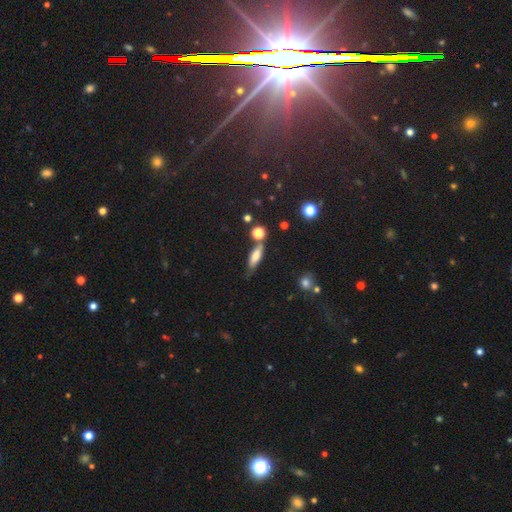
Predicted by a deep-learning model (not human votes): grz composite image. It shows a smooth galaxy with no disk features (65%) that is cigar-shaped (50%). Merging: none (62%).